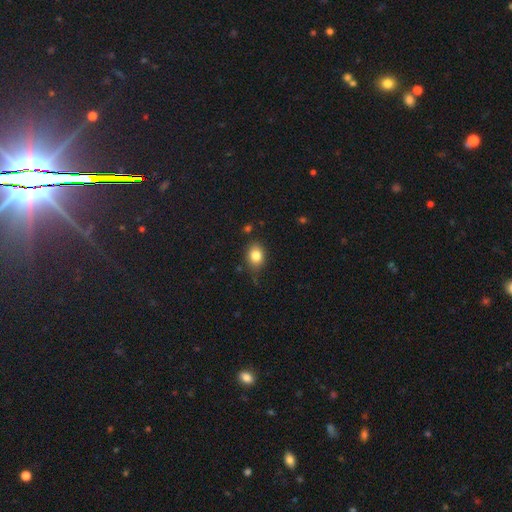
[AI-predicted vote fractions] smooth_or_featured: smooth (p=0.81) [alt: star or artifact p=0.10]
how_rounded: in between (p=0.60) [alt: round p=0.39]
merging: none (p=0.74) [alt: minor disturbance p=0.19]